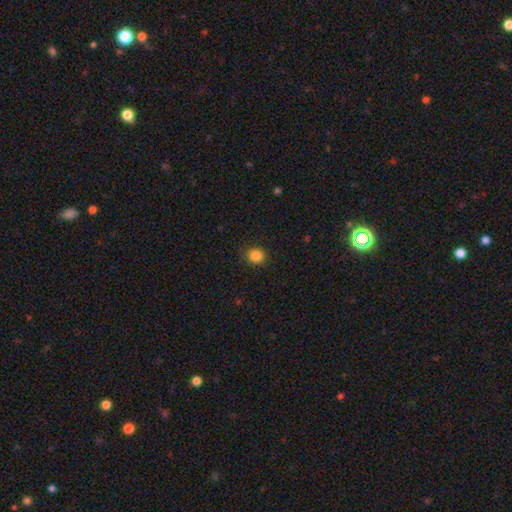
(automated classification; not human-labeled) Smooth or featured? smooth (85%)
How rounded? round (80%)
Merging? none (88%)